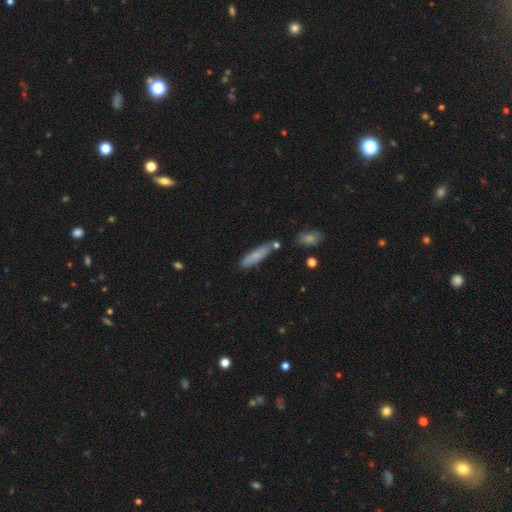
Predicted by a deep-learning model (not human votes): Smooth or featured? Predicted: smooth (p=0.74). How rounded? Predicted: cigar-shaped (p=0.73). Merging? Predicted: none (p=0.71).